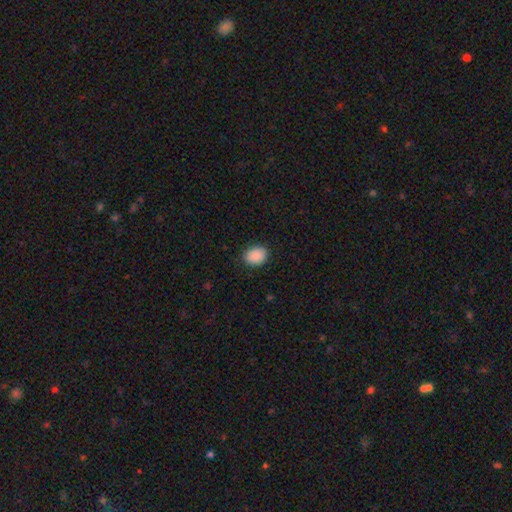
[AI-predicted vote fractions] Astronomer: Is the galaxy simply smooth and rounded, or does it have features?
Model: smooth — 89%.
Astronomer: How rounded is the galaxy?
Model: in between — 53% (runner-up: round, 46%).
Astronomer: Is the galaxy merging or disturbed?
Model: none — 86%.